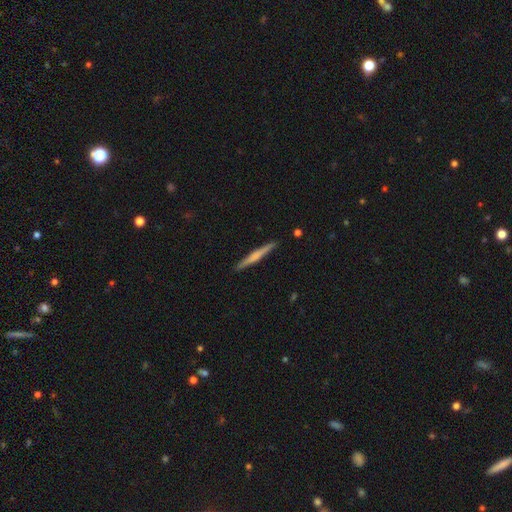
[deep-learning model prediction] Smooth or featured? Predicted: featured or disk (p=0.49). Merging? Predicted: none (p=0.91).